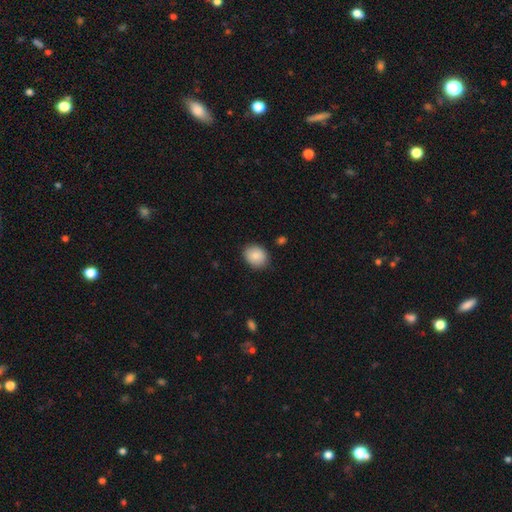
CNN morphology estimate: A smooth galaxy with no disk features (82%) that is round (55%).

Vote fractions:
- Smooth or featured? smooth: 82% / featured or disk: 10% / star or artifact: 8%
- How rounded? round: 55% / in between: 44% / cigar-shaped: 1%
- Merging? none: 85% / minor disturbance: 11% / major disturbance: 2% / merger: 1%